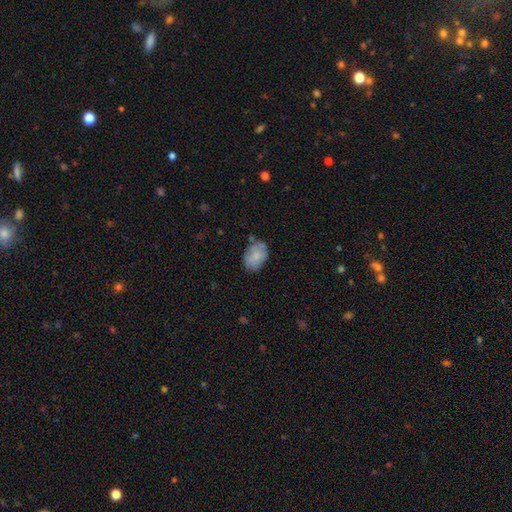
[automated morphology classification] The model was most divided on "merging": none: 67%, minor disturbance: 23%, major disturbance: 6%, merger: 4%. More confident: how rounded — in between (82%); smooth or featured — smooth (73%).